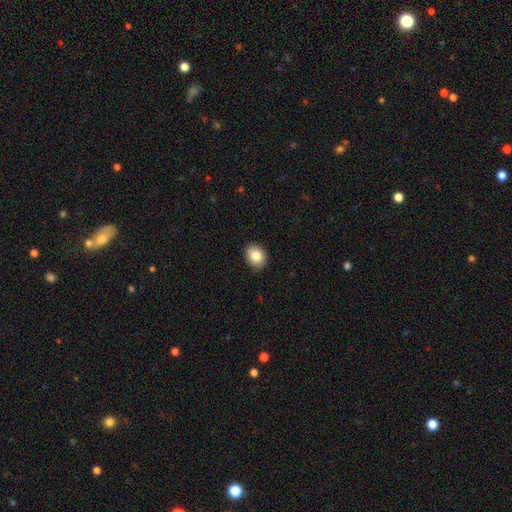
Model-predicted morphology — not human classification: Smooth or featured: smooth — 84% (star or artifact — 9%)
How rounded: round — 61% (in between — 38%)
Merging: none — 88% (minor disturbance — 10%)